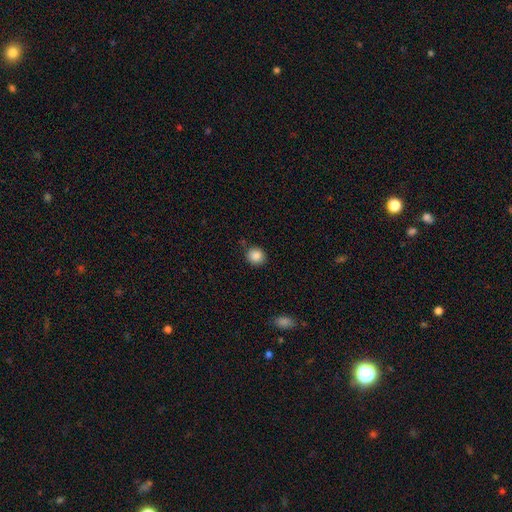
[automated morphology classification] Q: Smooth or featured?
A: smooth (87%); runner-up: star or artifact (9%)
Q: How rounded?
A: round (85%); runner-up: in between (14%)
Q: Merging?
A: none (82%); runner-up: minor disturbance (12%)